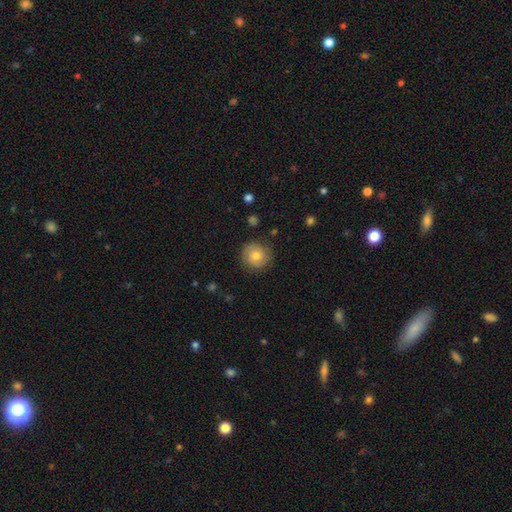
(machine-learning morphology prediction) smooth-or-featured: smooth: 62% | featured or disk: 30% | star or artifact: 9%
  how-rounded: round: 91% | in between: 8% | cigar-shaped: 1%
  merging: none: 83% | minor disturbance: 12% | major disturbance: 4% | merger: 1%